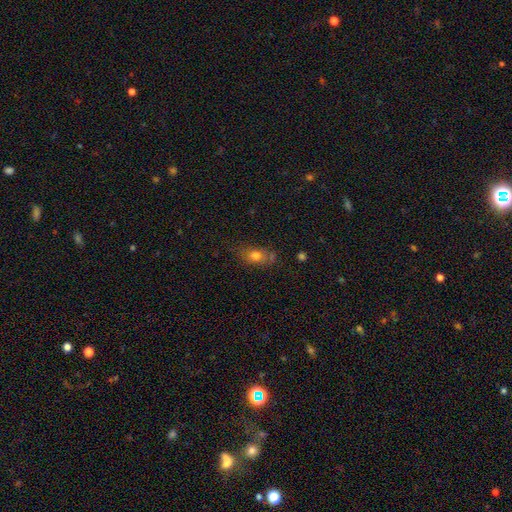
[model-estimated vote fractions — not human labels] Q: Smooth or featured?
A: smooth (75%); runner-up: featured or disk (13%)
Q: How rounded?
A: in between (72%); runner-up: round (24%)
Q: Merging?
A: none (63%); runner-up: minor disturbance (22%)